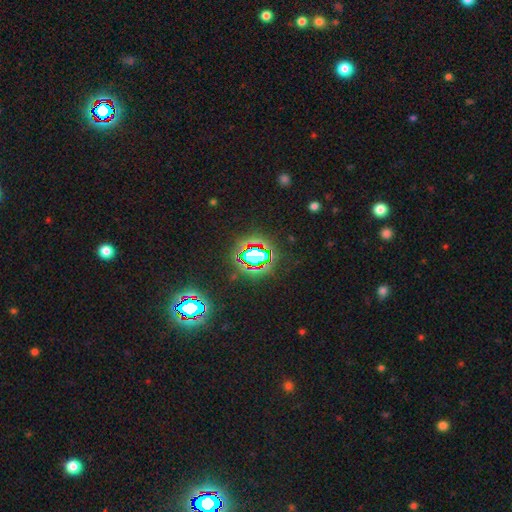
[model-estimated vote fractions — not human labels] Smooth or featured?
  - star or artifact: 64% *
  - smooth: 22%
  - featured or disk: 15%